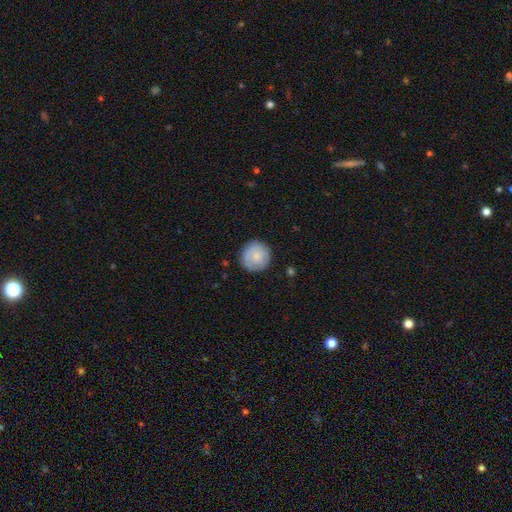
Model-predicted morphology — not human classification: A smooth galaxy with no disk features (72%) that is round (94%). Merging: none (84%).